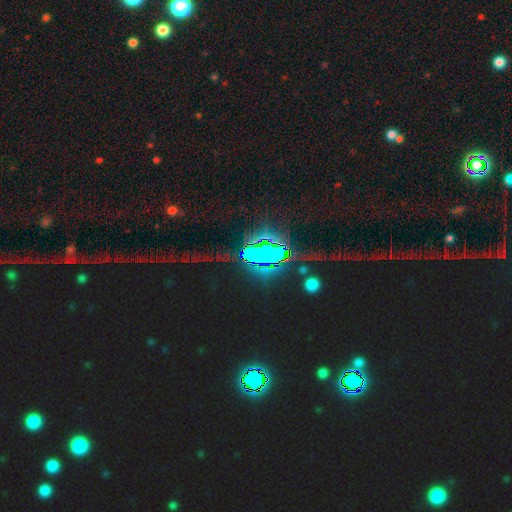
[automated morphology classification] The model was most divided on "smooth or featured": star or artifact: 80%, featured or disk: 11%, smooth: 9%.